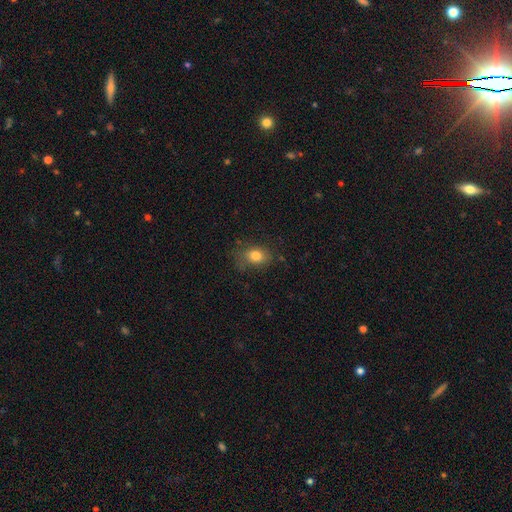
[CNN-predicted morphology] Smooth or featured? Predicted: smooth (p=0.81). How rounded? Predicted: in between (p=0.68). Merging? Predicted: none (p=0.67).